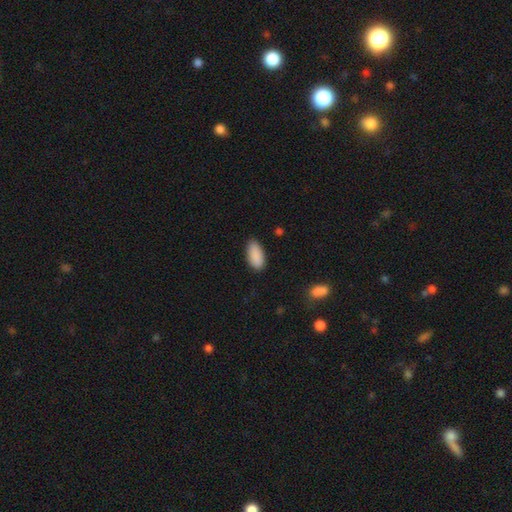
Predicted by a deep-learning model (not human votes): Smooth or featured? Predicted: smooth (p=0.90). How rounded? Predicted: in between (p=0.88). Merging? Predicted: none (p=0.84).